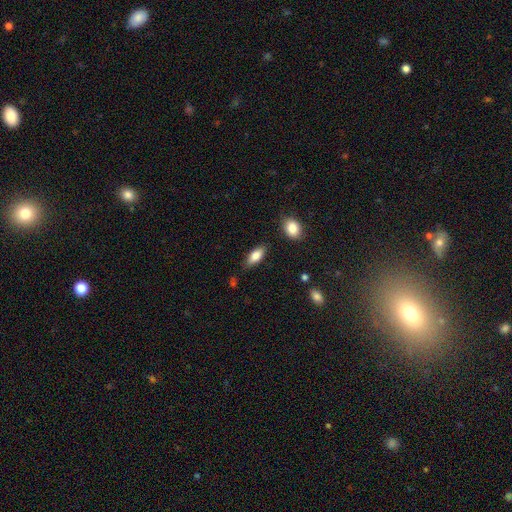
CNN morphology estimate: smooth_or_featured: smooth (p=0.82) [alt: featured or disk p=0.11]
how_rounded: in between (p=0.84) [alt: cigar-shaped p=0.13]
merging: none (p=0.79) [alt: minor disturbance p=0.15]